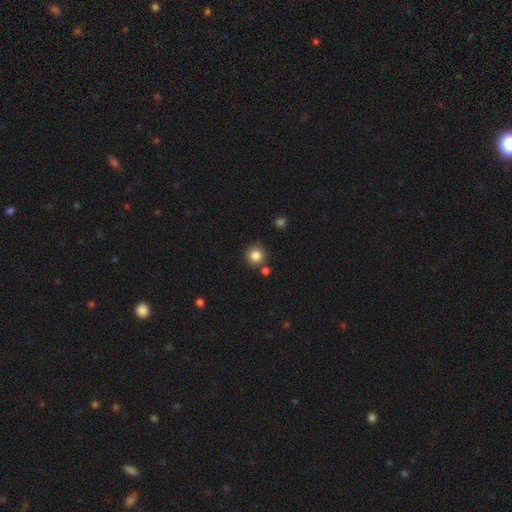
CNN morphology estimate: A smooth galaxy with no disk features (84%) that is round (93%). Merging: none (79%).